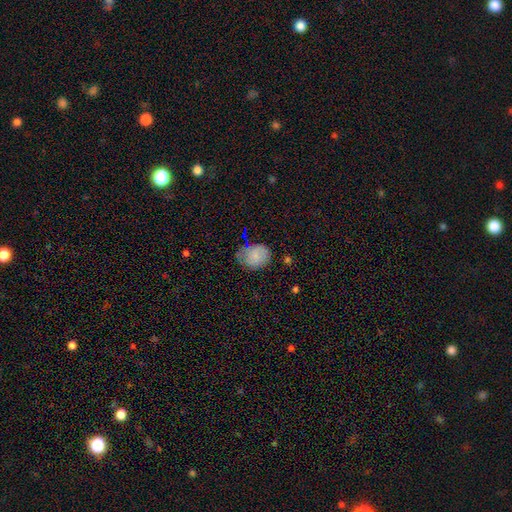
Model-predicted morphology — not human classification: Q: Smooth or featured?
A: smooth (71%); runner-up: featured or disk (20%)
Q: How rounded?
A: round (51%); runner-up: in between (48%)
Q: Merging?
A: none (56%); runner-up: minor disturbance (31%)